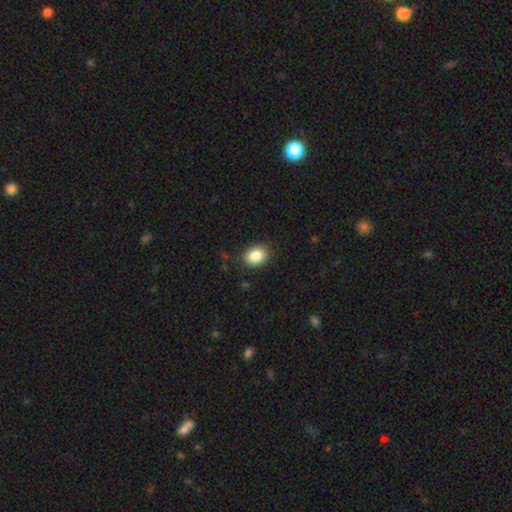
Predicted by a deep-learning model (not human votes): Smooth or featured? Predicted: smooth (p=0.86). How rounded? Predicted: in between (p=0.63). Merging? Predicted: none (p=0.86).